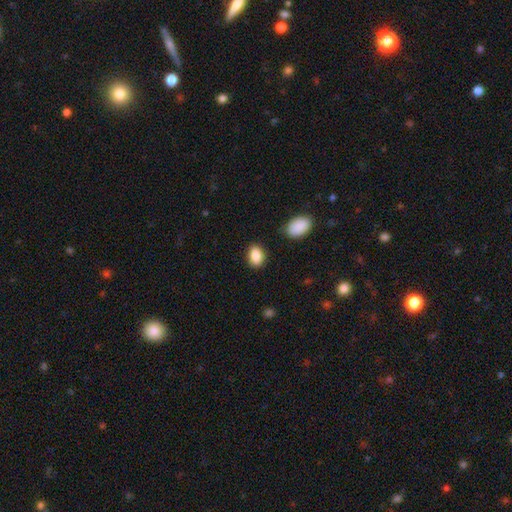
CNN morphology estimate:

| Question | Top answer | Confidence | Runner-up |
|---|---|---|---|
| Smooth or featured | smooth | 88% | star or artifact (8%) |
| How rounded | in between | 84% | round (15%) |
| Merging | none | 85% | minor disturbance (10%) |